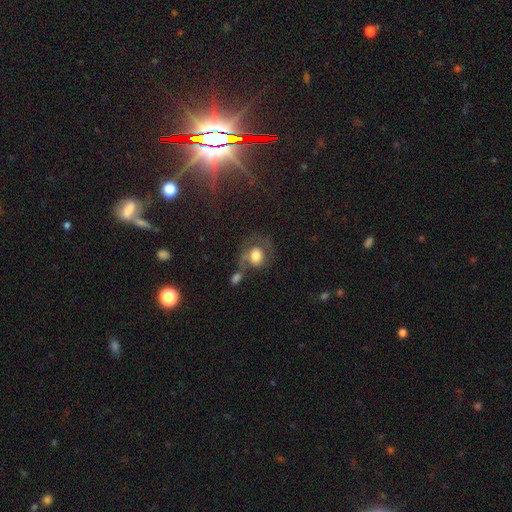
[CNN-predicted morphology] This appears to be a smooth galaxy with no disk features (56%) that is round (53%). Merging: none (31%).